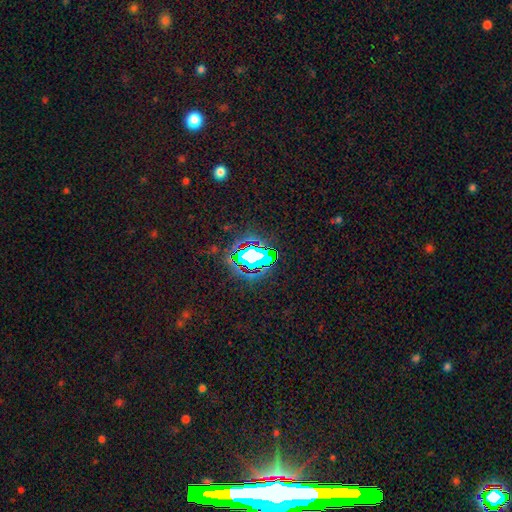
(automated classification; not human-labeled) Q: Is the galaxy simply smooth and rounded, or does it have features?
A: star or artifact — 68%.